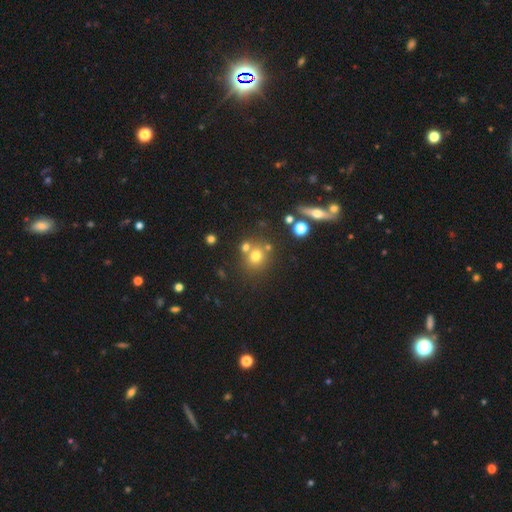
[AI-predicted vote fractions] Smooth or featured: smooth — 70% (star or artifact — 17%)
How rounded: round — 86% (in between — 13%)
Merging: none — 64% (merger — 23%)